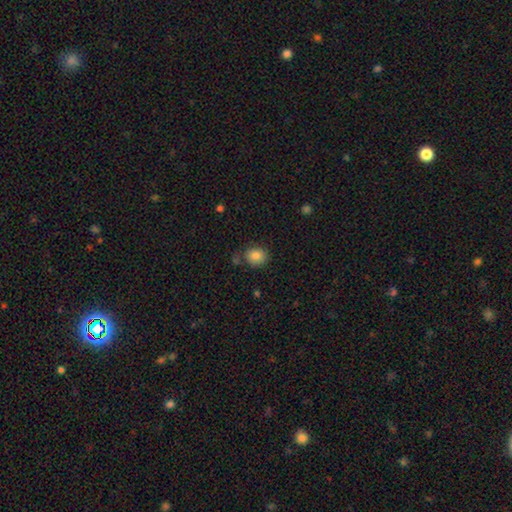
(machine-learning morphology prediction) Overall: smooth (83%). How rounded: round (64%; in between 36%). Merging: none (76%).